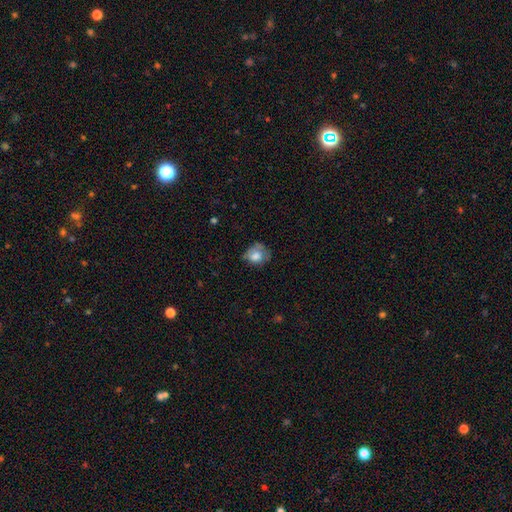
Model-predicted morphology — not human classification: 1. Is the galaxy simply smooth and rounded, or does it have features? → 71% smooth, 20% featured or disk, 9% star or artifact.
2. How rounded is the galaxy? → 67% round, 32% in between, 1% cigar-shaped.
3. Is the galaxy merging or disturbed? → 45% none, 34% minor disturbance, 18% major disturbance, 2% merger.